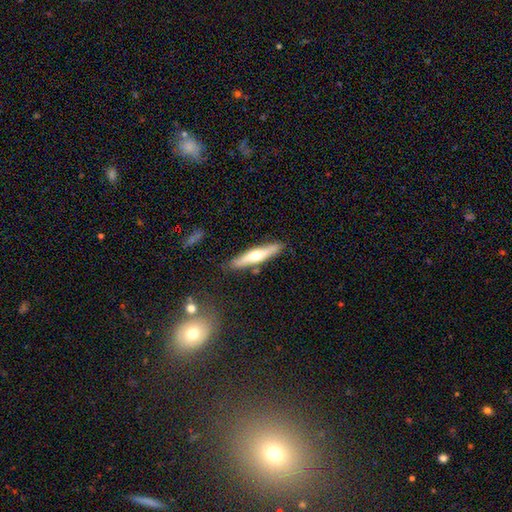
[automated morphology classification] smooth 48%, featured or disk 47%, star or artifact 6%. Down the decision tree: merging — none (83%).